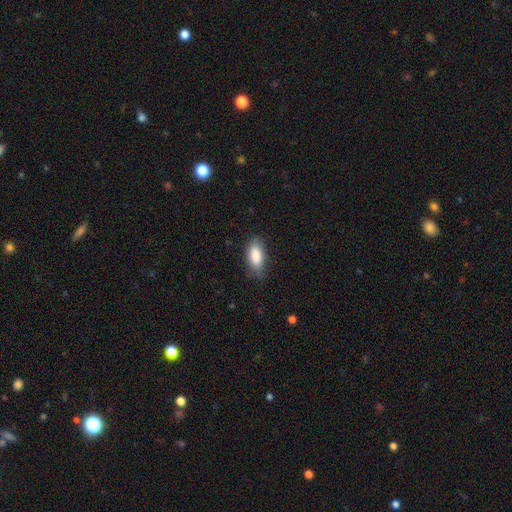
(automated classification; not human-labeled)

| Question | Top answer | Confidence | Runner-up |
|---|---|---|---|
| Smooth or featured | smooth | 87% | featured or disk (7%) |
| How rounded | in between | 88% | cigar-shaped (9%) |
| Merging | none | 75% | minor disturbance (20%) |